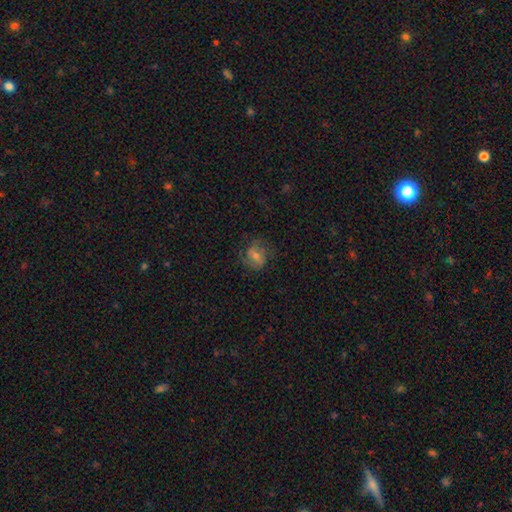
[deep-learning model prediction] smooth-or-featured: smooth: 49% | featured or disk: 41% | star or artifact: 10%
  merging: none: 65% | minor disturbance: 20% | major disturbance: 13% | merger: 1%